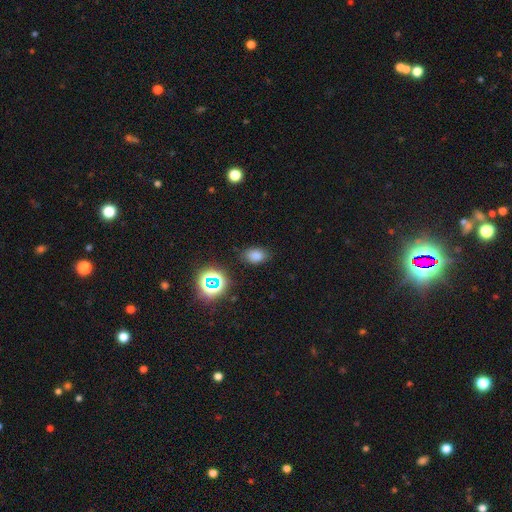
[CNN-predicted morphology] Smooth or featured? smooth (74%)
How rounded? in between (81%)
Merging? none (82%)